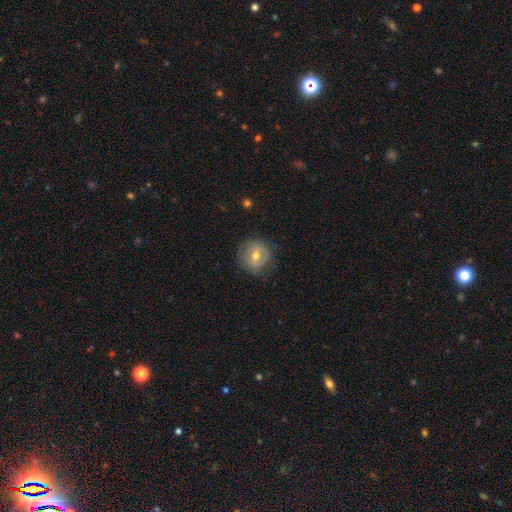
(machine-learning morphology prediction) Q: Smooth or featured?
A: smooth (52%); runner-up: featured or disk (40%)
Q: How rounded?
A: round (88%); runner-up: in between (11%)
Q: Merging?
A: none (74%); runner-up: minor disturbance (18%)